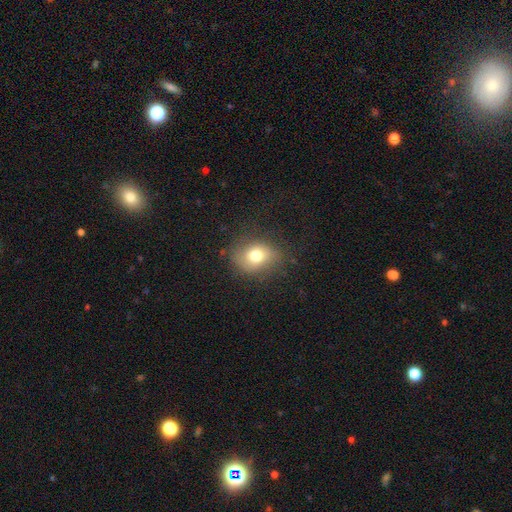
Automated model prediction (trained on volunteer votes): Morphology: type=smooth (73%); roundness=round (50%); merging=none (74%).